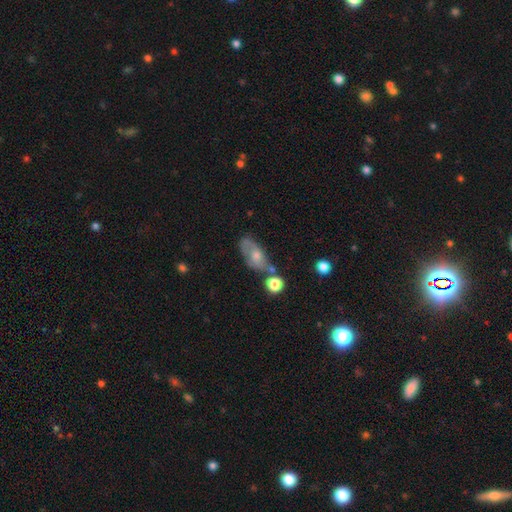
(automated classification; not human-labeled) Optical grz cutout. It shows a smooth galaxy with no disk features (54%) that is in between round and cigar-shaped (85%). Merging: none (49%).